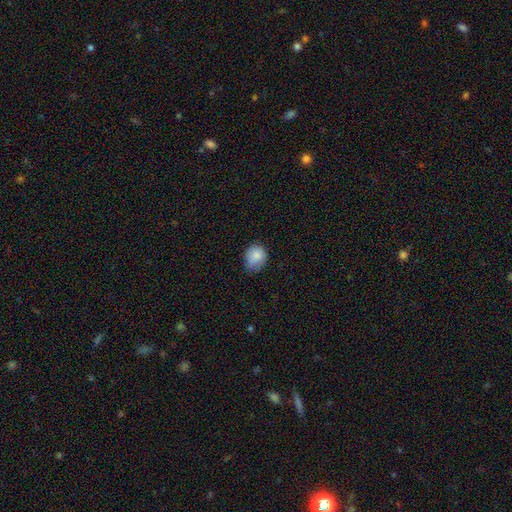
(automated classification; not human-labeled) Smooth or featured? smooth (86%)
How rounded? round (56%)
Merging? none (57%)